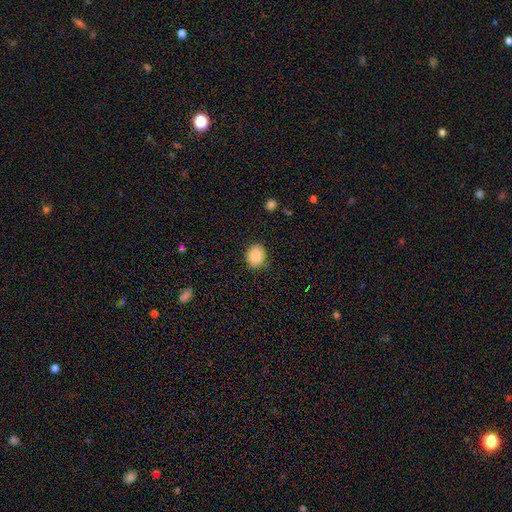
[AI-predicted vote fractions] A smooth galaxy with no disk features (87%) that is round (60%).

Vote fractions:
- Smooth or featured? smooth: 87% / star or artifact: 8% / featured or disk: 5%
- How rounded? round: 60% / in between: 40% / cigar-shaped: 1%
- Merging? none: 85% / minor disturbance: 11% / major disturbance: 3% / merger: 1%